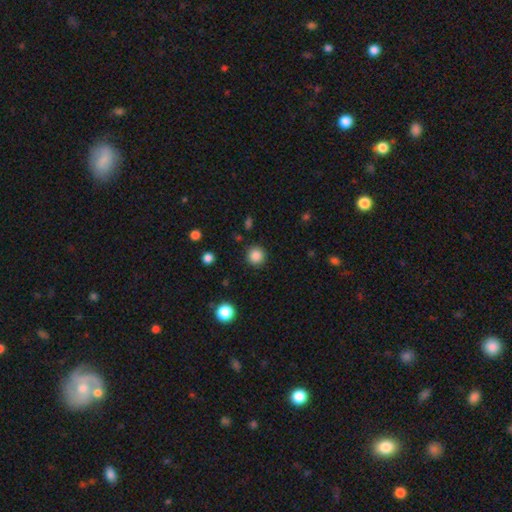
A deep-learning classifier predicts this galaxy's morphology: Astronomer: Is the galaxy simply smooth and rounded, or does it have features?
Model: smooth — 86%.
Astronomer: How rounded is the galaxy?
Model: round — 94%.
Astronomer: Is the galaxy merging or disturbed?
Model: none — 90%.